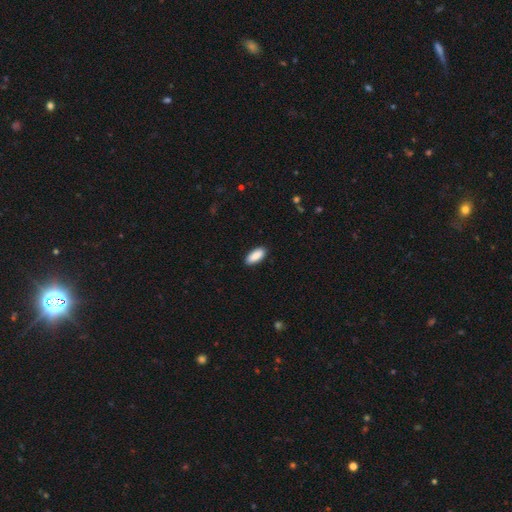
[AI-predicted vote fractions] Morphology: type=smooth (91%); roundness=in between (85%); merging=none (90%).